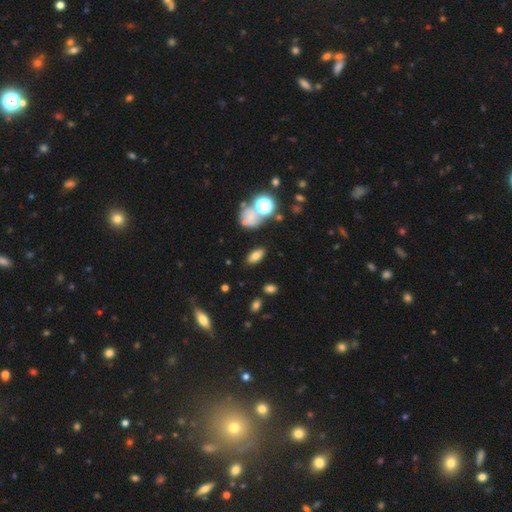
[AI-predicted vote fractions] smooth_or_featured: smooth (p=0.71) [alt: star or artifact p=0.15]
how_rounded: in between (p=0.87) [alt: round p=0.08]
merging: none (p=0.82) [alt: minor disturbance p=0.11]